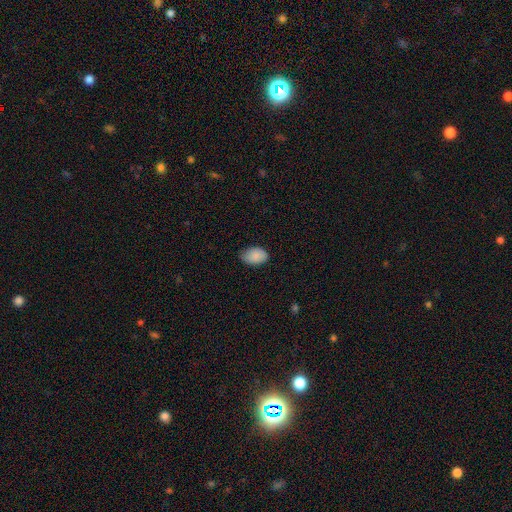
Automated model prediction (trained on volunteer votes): Morphology: type=smooth (89%); roundness=in between (89%); merging=none (74%).